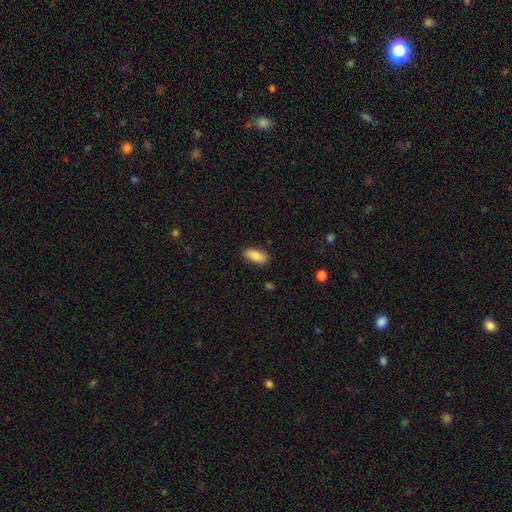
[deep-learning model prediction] This appears to be a smooth galaxy with no disk features (84%) that is in between round and cigar-shaped (87%). Merging: none (84%).